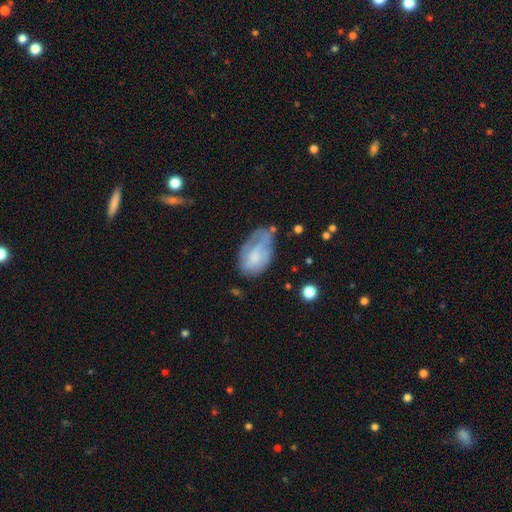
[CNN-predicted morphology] Overall: smooth (51%; featured or disk 41%). How rounded: in between (91%). Merging: none (41%; minor disturbance 34%).